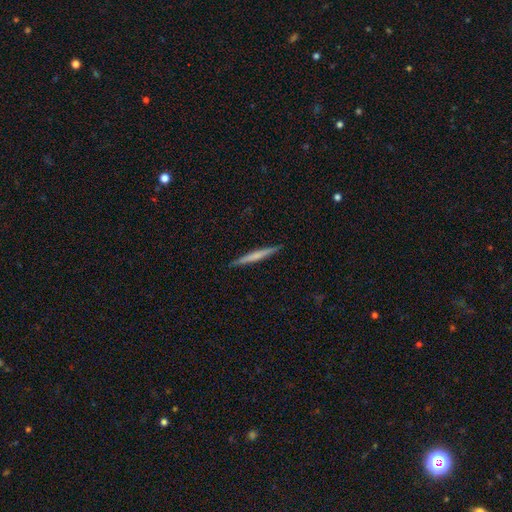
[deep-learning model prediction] A smooth galaxy with no disk features (54%) that is cigar-shaped (97%). Merging: none (91%).